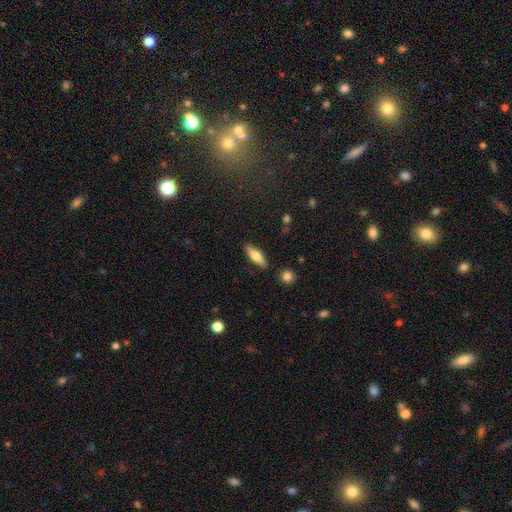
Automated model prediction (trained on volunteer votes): Overall: smooth (66%; featured or disk 28%). How rounded: in between (54%; cigar-shaped 44%). Merging: none (86%).